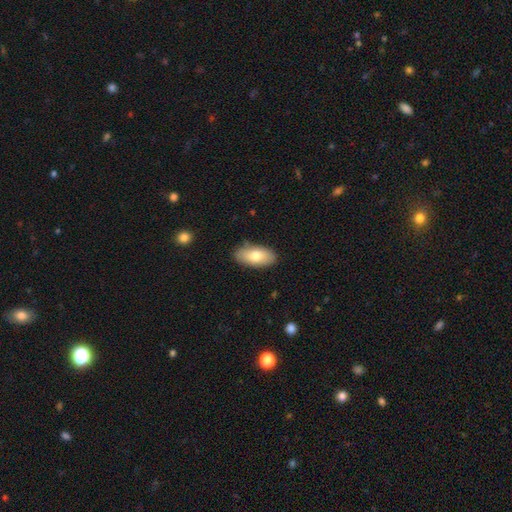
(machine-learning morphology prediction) This is likely a smooth galaxy (76%). How rounded: clearly in between (92%). Merging: clearly none (85%).